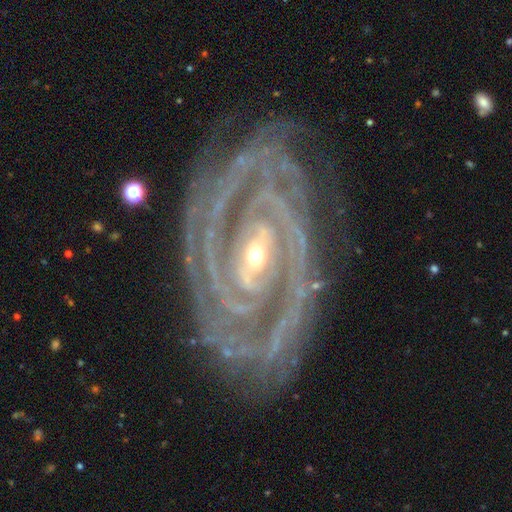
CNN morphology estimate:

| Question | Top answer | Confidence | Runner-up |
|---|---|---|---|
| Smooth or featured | featured or disk | 92% | star or artifact (4%) |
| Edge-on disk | no | 96% | yes (4%) |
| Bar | no | 40% | weak (31%) |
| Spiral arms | yes | 98% | no (2%) |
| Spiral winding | tight | 79% | medium (17%) |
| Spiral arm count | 2 | 41% | 3 (18%) |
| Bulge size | small | 59% | moderate (37%) |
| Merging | none | 75% | minor disturbance (17%) |